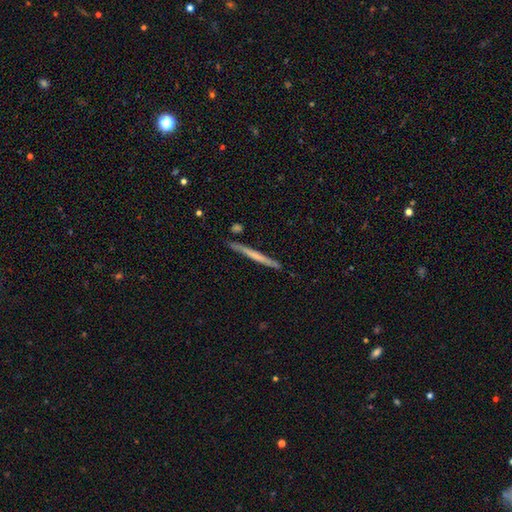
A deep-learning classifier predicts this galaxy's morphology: smooth 48%, featured or disk 47%, star or artifact 6%. Down the decision tree: merging — none (88%).